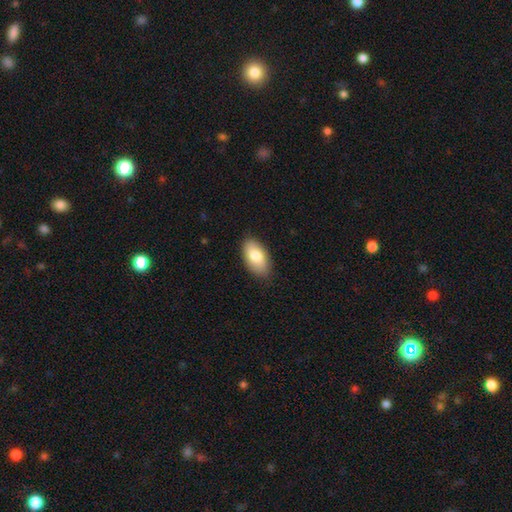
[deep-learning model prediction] Smooth or featured: smooth — 80% (featured or disk — 14%)
How rounded: in between — 94% (round — 4%)
Merging: none — 84% (minor disturbance — 12%)